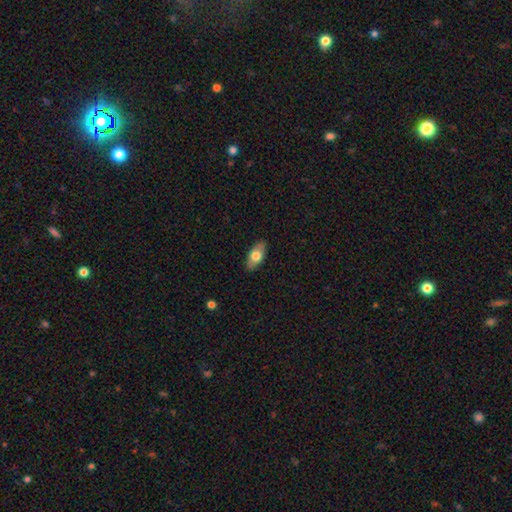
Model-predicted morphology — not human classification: The model was most divided on "smooth or featured": smooth: 69%, featured or disk: 25%, star or artifact: 6%. More confident: merging — none (88%); how rounded — in between (87%).